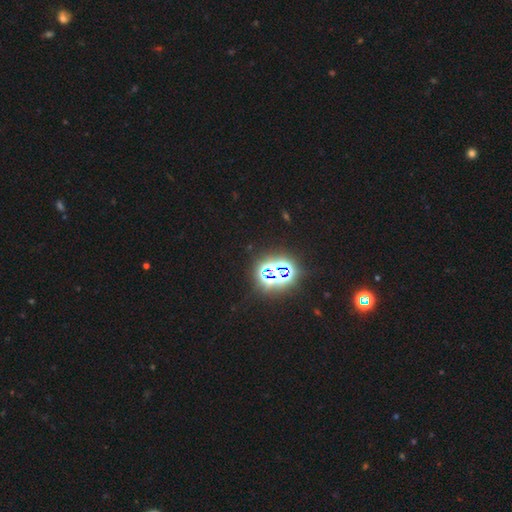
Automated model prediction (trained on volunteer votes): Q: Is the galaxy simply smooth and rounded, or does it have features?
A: star or artifact — 80%.